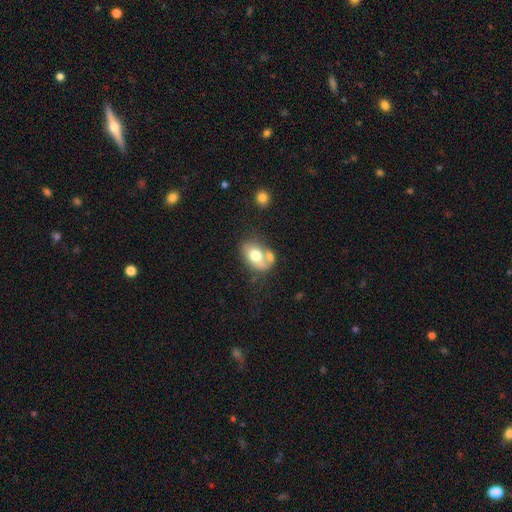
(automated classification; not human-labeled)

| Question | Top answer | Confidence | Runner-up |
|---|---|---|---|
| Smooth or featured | smooth | 67% | featured or disk (25%) |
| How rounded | in between | 79% | round (19%) |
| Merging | none | 37% | tied: merger (37%) |